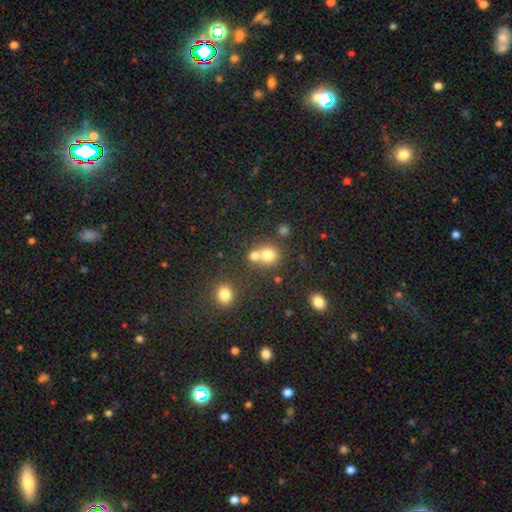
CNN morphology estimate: type=star or artifact (49%).